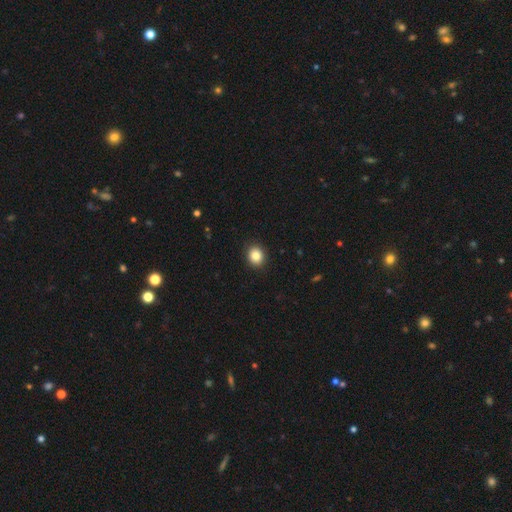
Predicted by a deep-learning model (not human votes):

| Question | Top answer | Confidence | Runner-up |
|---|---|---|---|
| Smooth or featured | smooth | 84% | star or artifact (10%) |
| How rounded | round | 72% | in between (27%) |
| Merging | none | 91% | minor disturbance (6%) |